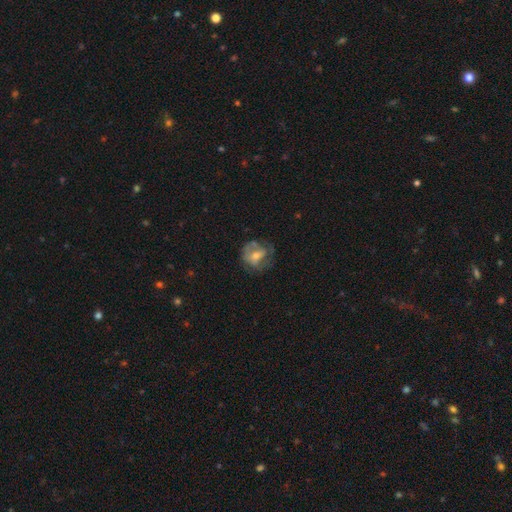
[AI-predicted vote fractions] A featured or disk galaxy (48%). Merging: none (47%).